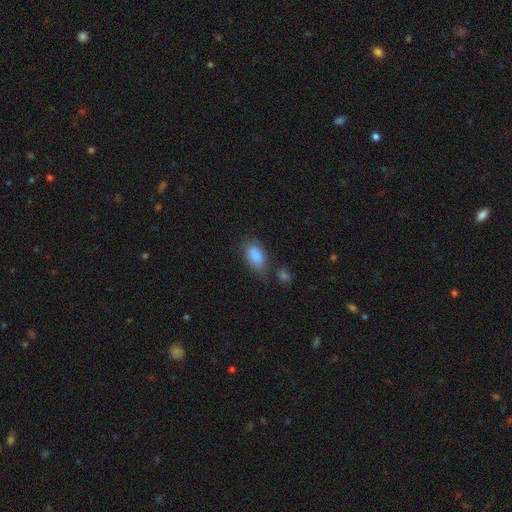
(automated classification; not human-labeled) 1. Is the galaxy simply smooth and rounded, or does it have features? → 79% smooth, 12% featured or disk, 8% star or artifact.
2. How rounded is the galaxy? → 89% in between, 7% round, 4% cigar-shaped.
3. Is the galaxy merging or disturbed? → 49% none, 25% minor disturbance, 17% merger, 9% major disturbance.